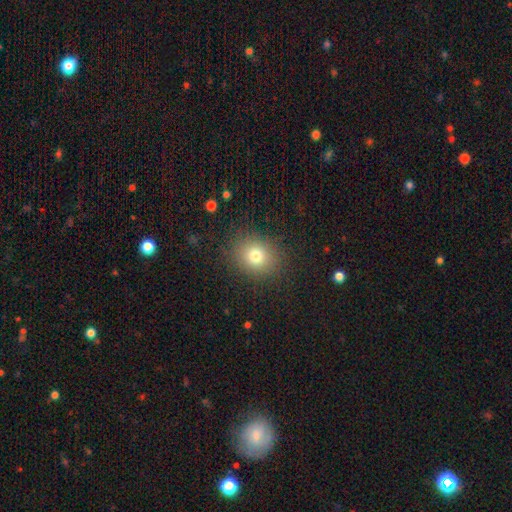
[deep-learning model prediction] smooth 76%, star or artifact 14%, featured or disk 10%. Down the decision tree: how rounded — round (66%); merging — none (86%).